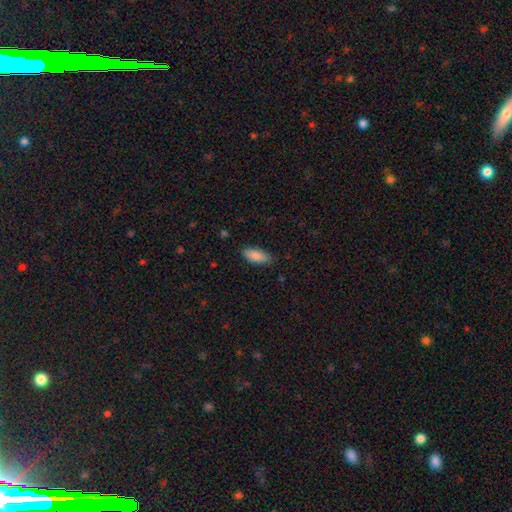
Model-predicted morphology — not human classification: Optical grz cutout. It shows a smooth galaxy with no disk features (88%) that is in between round and cigar-shaped (87%). Merging: none (83%).